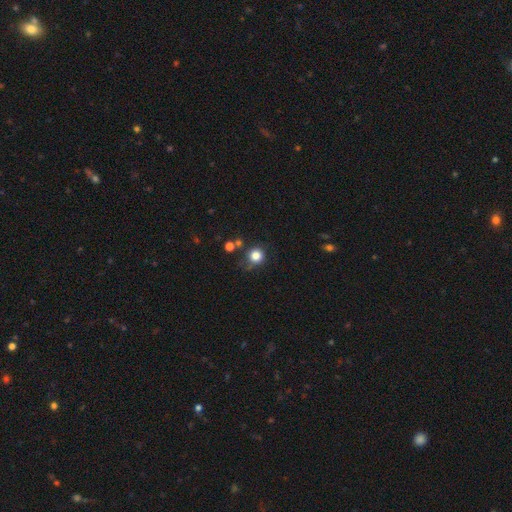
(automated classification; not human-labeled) Smooth or featured?
  - smooth: 82% *
  - star or artifact: 13%
  - featured or disk: 6%
How rounded?
  - round: 93% *
  - in between: 6%
  - cigar-shaped: 1%
Merging?
  - none: 76% *
  - minor disturbance: 13%
  - merger: 7%
  - major disturbance: 4%